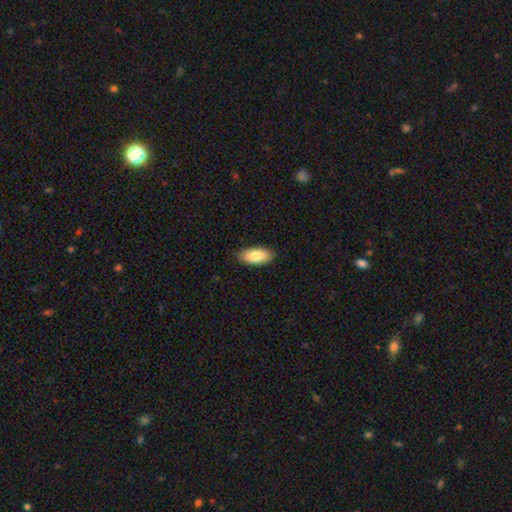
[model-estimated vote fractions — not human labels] Smooth or featured?
  - smooth: 82% *
  - featured or disk: 12%
  - star or artifact: 6%
How rounded?
  - in between: 90% *
  - cigar-shaped: 8%
  - round: 2%
Merging?
  - none: 85% *
  - minor disturbance: 12%
  - major disturbance: 2%
  - merger: 1%